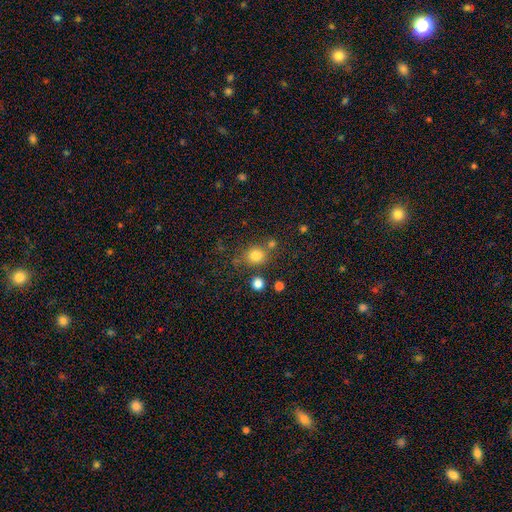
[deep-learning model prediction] The model was most divided on "how rounded": round: 75%, in between: 24%, cigar-shaped: 1%. More confident: smooth or featured — smooth (79%); merging — none (67%).